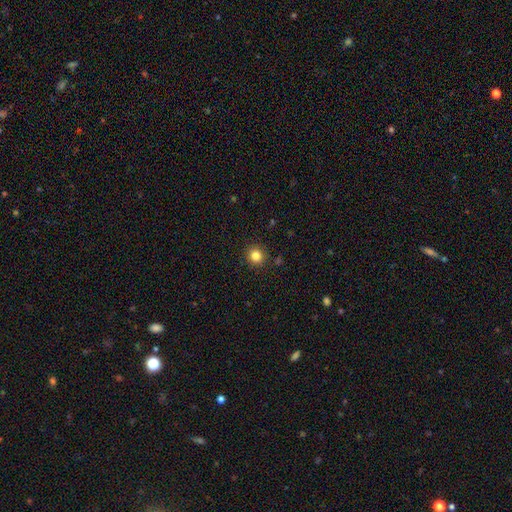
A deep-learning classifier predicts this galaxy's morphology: Smooth or featured? Predicted: smooth (p=0.83). How rounded? Predicted: round (p=0.93). Merging? Predicted: none (p=0.91).